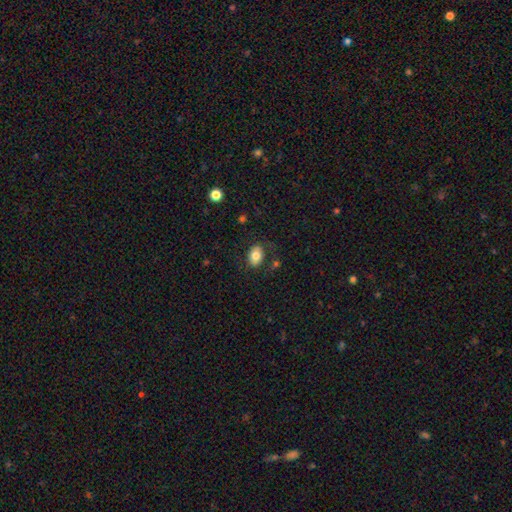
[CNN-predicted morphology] Smooth or featured? smooth (77%)
How rounded? in between (82%)
Merging? none (76%)